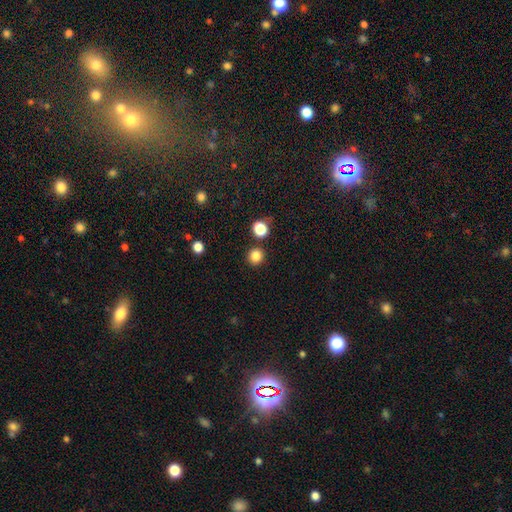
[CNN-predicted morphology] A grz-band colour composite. It shows a smooth galaxy with no disk features (84%) that is round (91%). Merging: none (87%).